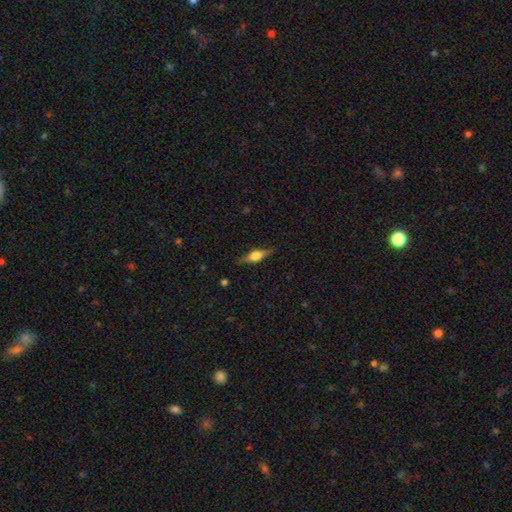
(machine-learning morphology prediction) Smooth or featured? featured or disk (49%)
Merging? none (84%)